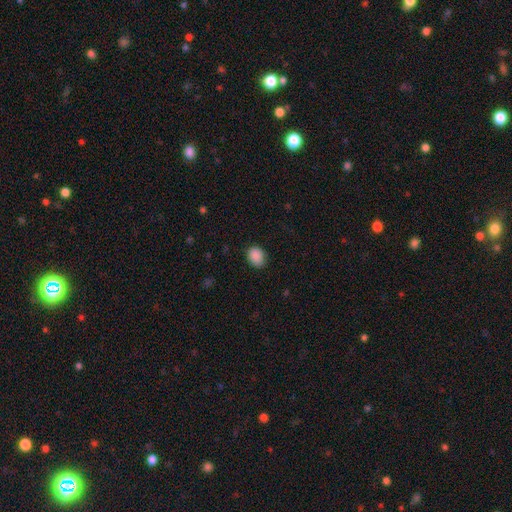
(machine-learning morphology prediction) smooth_or_featured: smooth (p=0.89) [alt: star or artifact p=0.08]
how_rounded: in between (p=0.59) [alt: round p=0.40]
merging: none (p=0.83) [alt: minor disturbance p=0.14]